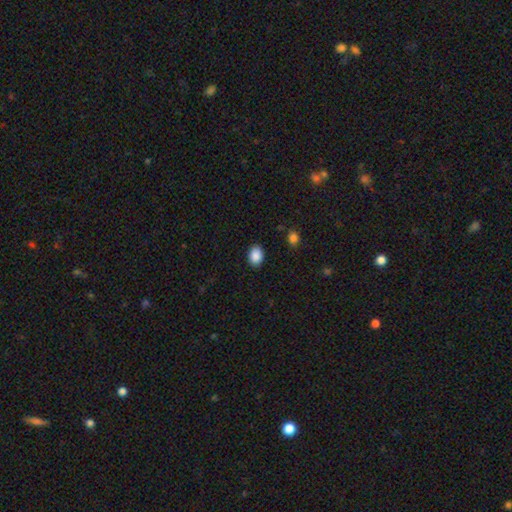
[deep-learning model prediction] A smooth galaxy with no disk features (89%) that is in between round and cigar-shaped (74%). Merging: none (88%).